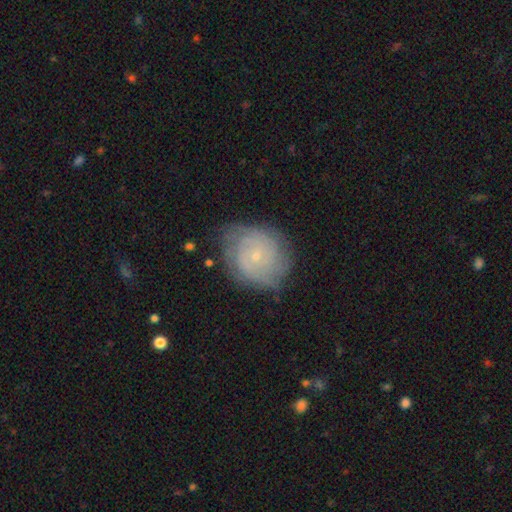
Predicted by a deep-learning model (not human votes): A featured or disk galaxy (66%) with no bar (77%), tight (70%) spiral arms (87%) and a small central bulge (83%).

Vote fractions:
- Smooth or featured? featured or disk: 66% / smooth: 26% / star or artifact: 8%
- Edge-on disk? no: 97% / yes: 3%
- Bar? no: 77% / weak: 20% / strong: 3%
- Spiral arms? yes: 87% / no: 13%
- Spiral winding? tight: 70% / medium: 23% / loose: 7%
- Spiral arm count? can't tell: 46% / 2: 22% / 3: 13% / 4: 9% / more than 4: 5% / 1: 5%
- Bulge size? small: 83% / moderate: 13% / none: 2% / large: 1% / dominant: 1%
- Merging? none: 70% / minor disturbance: 21% / major disturbance: 7% / merger: 1%